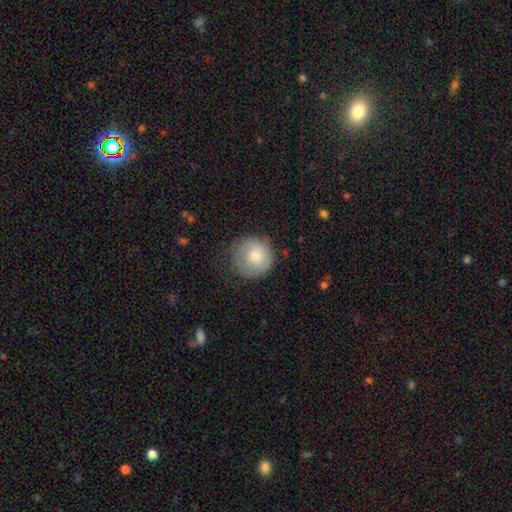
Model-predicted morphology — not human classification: A smooth galaxy with no disk features (73%) that is round (93%). Merging: none (69%).